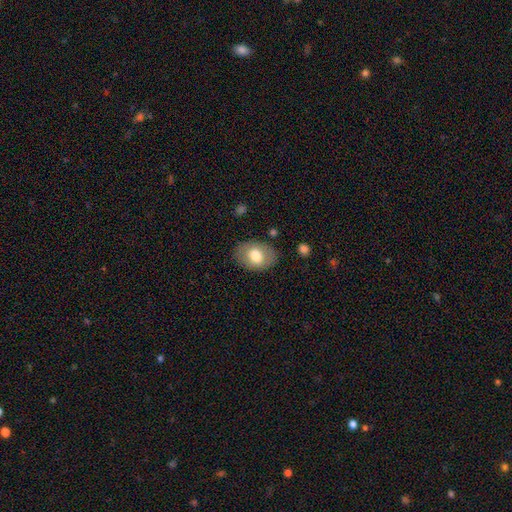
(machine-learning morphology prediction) Smooth or featured? Predicted: smooth (p=0.72). How rounded? Predicted: in between (p=0.80). Merging? Predicted: none (p=0.82).